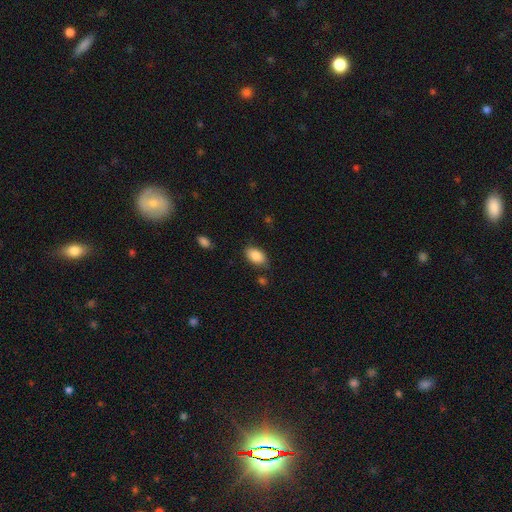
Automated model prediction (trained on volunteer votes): smooth 87%, star or artifact 7%, featured or disk 6%. Down the decision tree: how rounded — in between (92%); merging — none (78%).